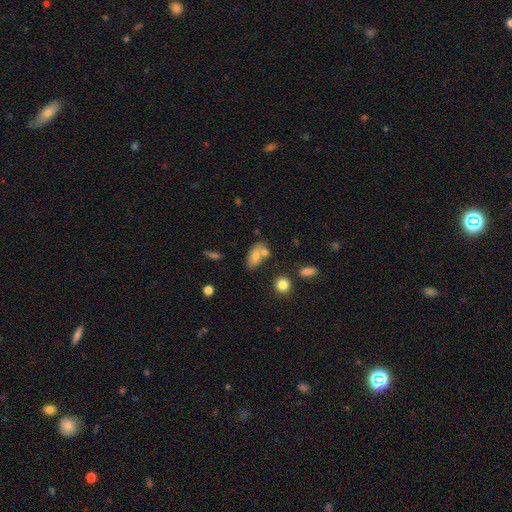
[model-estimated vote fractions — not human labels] Smooth or featured? smooth (68%)
How rounded? in between (88%)
Merging? none (50%)